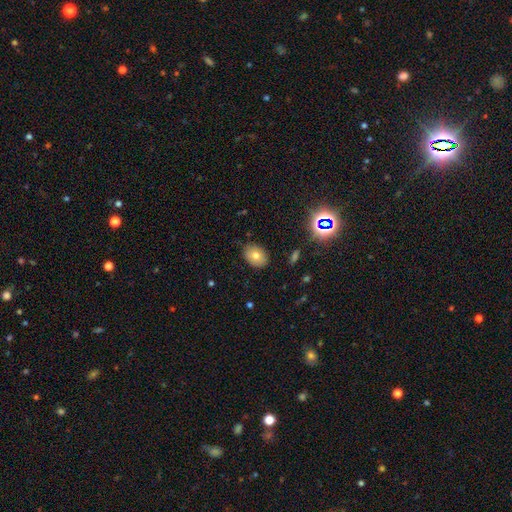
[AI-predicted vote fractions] smooth 71%, featured or disk 16%, star or artifact 13%. Down the decision tree: how rounded — in between (74%); merging — none (83%).